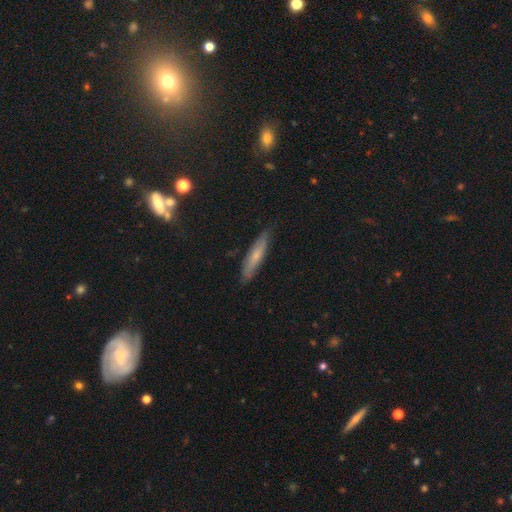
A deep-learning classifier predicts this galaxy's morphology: Q: Smooth or featured?
A: smooth (60%); runner-up: featured or disk (33%)
Q: How rounded?
A: cigar-shaped (86%); runner-up: in between (13%)
Q: Merging?
A: none (85%); runner-up: minor disturbance (12%)